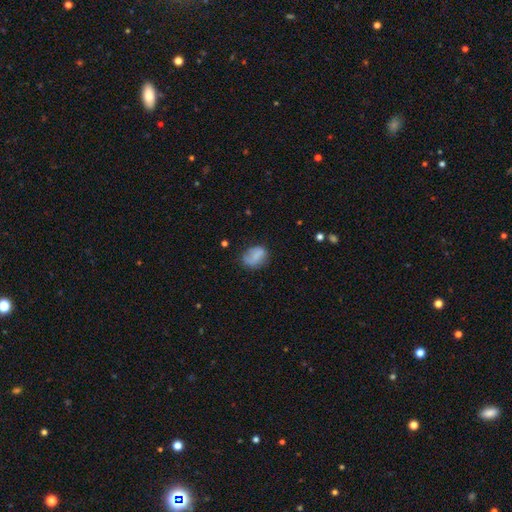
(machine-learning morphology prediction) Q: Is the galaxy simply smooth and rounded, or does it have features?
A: smooth — 74%.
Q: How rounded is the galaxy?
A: in between — 73%.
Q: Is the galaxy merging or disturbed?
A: none — 59%.